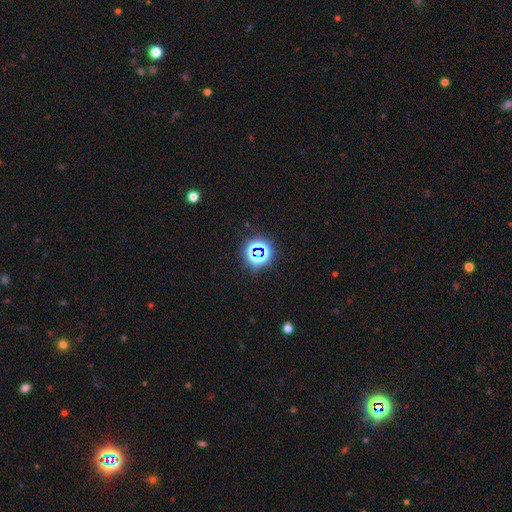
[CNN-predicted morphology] This appears to be a star or artifact, not a galaxy (70%).